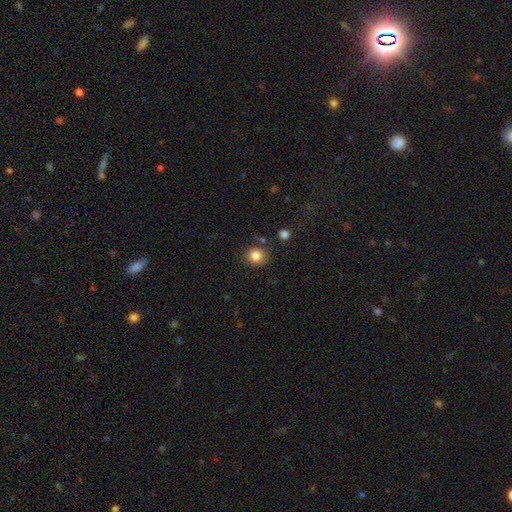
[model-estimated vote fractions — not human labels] This appears to be a smooth galaxy with no disk features (83%) that is round (83%). Merging: none (82%).